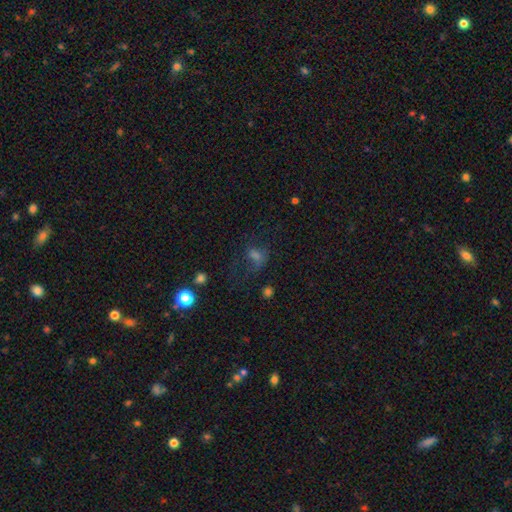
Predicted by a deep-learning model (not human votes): This appears to be a smooth galaxy with no disk features (46%). Merging: none (40%).